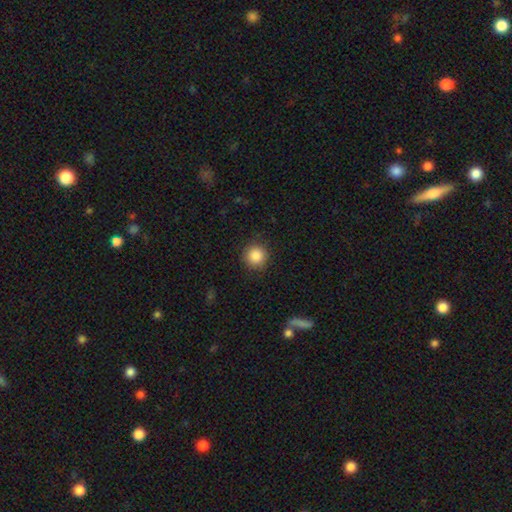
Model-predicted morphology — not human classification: This is clearly a smooth galaxy (86%). How rounded: clearly round (94%). Merging: clearly none (89%).